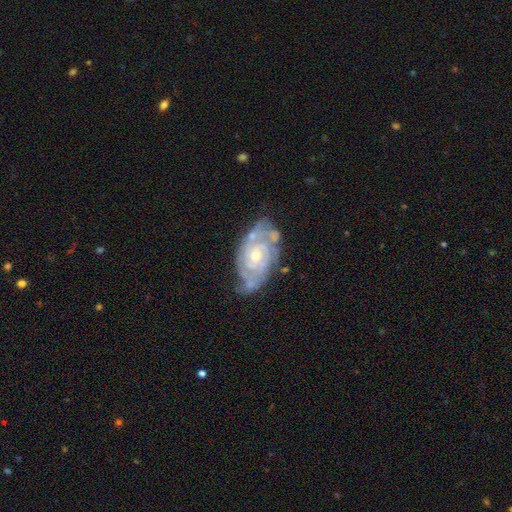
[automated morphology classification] smooth_or_featured: featured or disk (p=0.85) [alt: smooth p=0.09]
disk_edge_on: no (p=0.95) [alt: yes p=0.05]
bar: no (p=0.71) [alt: weak p=0.25]
has_spiral_arms: yes (p=0.93) [alt: no p=0.07]
spiral_winding: tight (p=0.67) [alt: medium p=0.27]
spiral_arm_count: can't tell (p=0.36) [alt: 2 p=0.32]
bulge_size: moderate (p=0.49) [alt: small p=0.47]
merging: none (p=0.64) [alt: minor disturbance p=0.25]